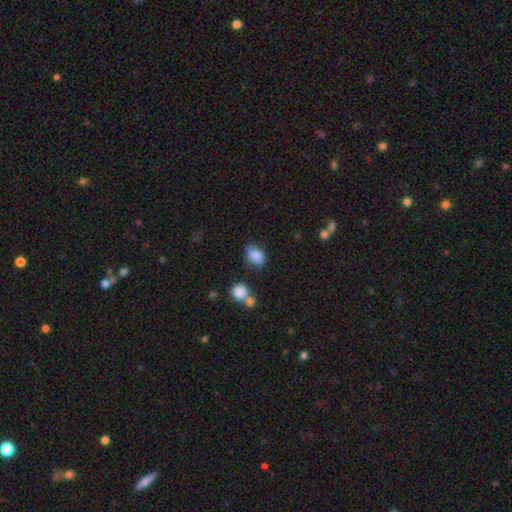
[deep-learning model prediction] Morphology: type=smooth (83%); roundness=in between (83%); merging=none (60%).